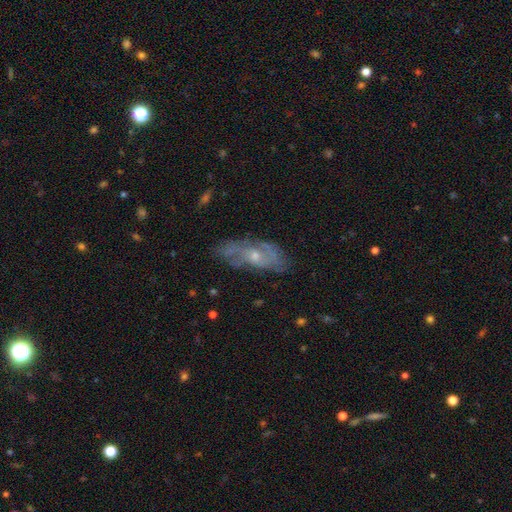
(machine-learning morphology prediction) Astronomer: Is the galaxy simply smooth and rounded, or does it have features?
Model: featured or disk — 66%.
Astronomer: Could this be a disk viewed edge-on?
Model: no — 84%.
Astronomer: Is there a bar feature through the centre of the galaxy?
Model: no — 75%.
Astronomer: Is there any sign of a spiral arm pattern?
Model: yes — 71%.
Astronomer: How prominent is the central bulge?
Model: small — 49% (runner-up: moderate, 45%).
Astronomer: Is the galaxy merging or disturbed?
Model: none — 65%.